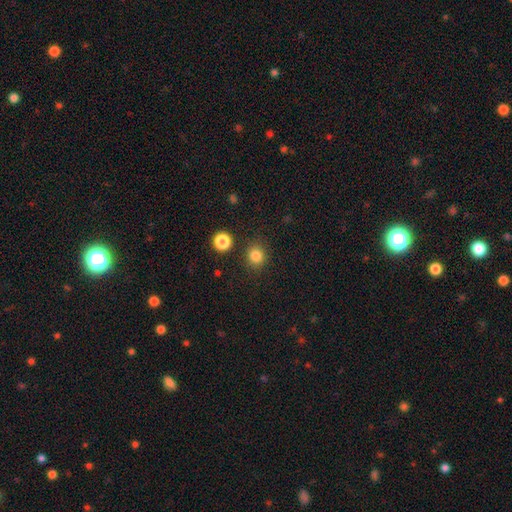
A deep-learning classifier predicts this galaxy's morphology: Smooth or featured? smooth (83%)
How rounded? round (87%)
Merging? none (87%)